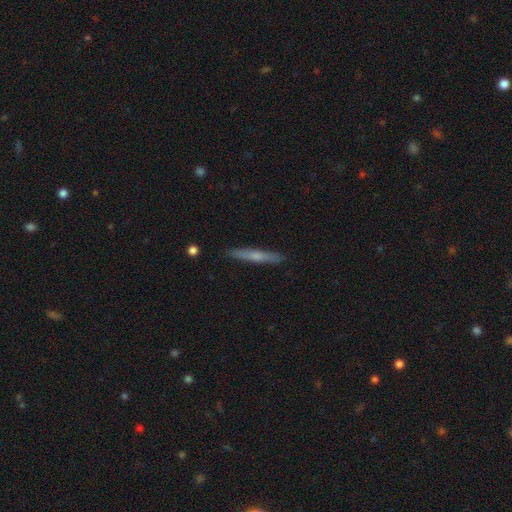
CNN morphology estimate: Q: Smooth or featured?
A: smooth (50%); runner-up: featured or disk (44%)
Q: Merging?
A: none (90%); runner-up: minor disturbance (7%)